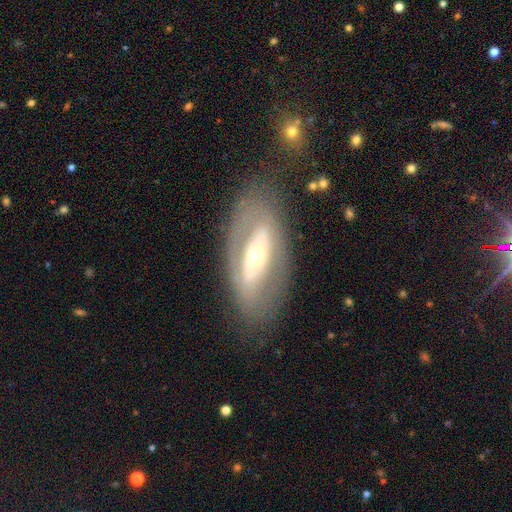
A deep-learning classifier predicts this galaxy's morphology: Smooth or featured? featured or disk (71%)
Edge-on disk? no (87%)
Bar? no (39%)
Spiral arms? no (64%)
Bulge size? small (47%)
Merging? none (76%)